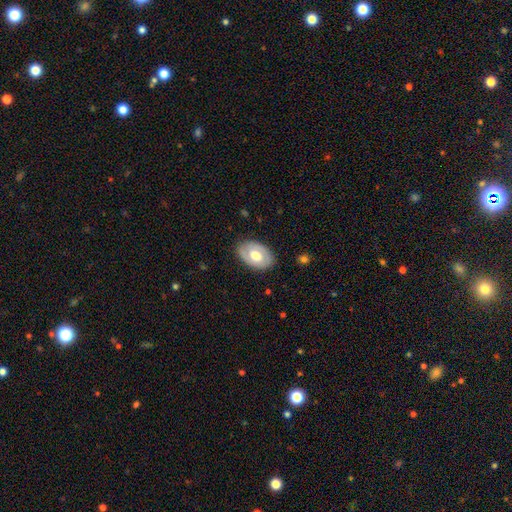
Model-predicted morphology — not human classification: Q: Smooth or featured?
A: smooth (48%); runner-up: featured or disk (46%)
Q: Merging?
A: none (81%); runner-up: minor disturbance (14%)